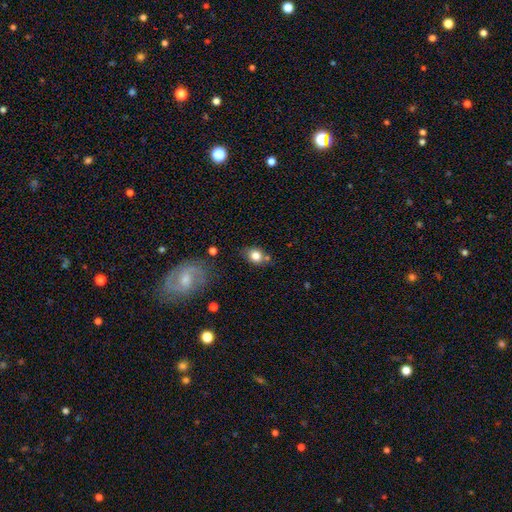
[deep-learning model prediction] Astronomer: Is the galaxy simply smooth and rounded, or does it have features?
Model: smooth — 79%.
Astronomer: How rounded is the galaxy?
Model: in between — 50% (runner-up: round, 49%).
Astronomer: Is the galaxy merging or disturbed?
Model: none — 66%.